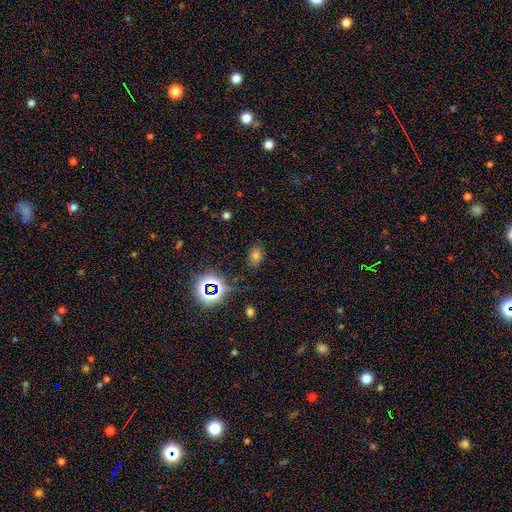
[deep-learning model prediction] smooth_or_featured: smooth (p=0.65) [alt: star or artifact p=0.28]
how_rounded: in between (p=0.82) [alt: round p=0.16]
merging: none (p=0.79) [alt: minor disturbance p=0.14]